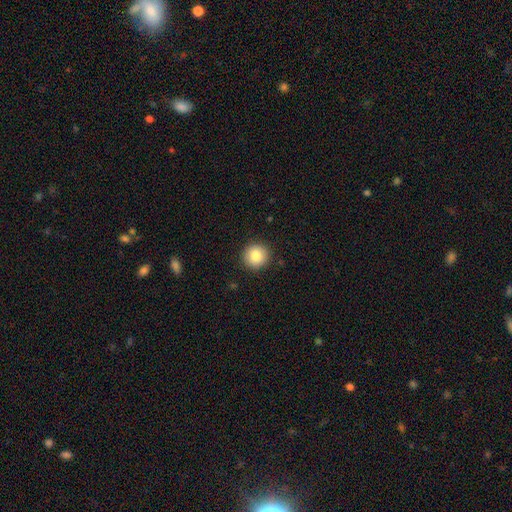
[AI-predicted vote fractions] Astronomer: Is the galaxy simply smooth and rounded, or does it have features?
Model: smooth — 84%.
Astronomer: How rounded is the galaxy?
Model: round — 92%.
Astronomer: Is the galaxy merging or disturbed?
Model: none — 91%.